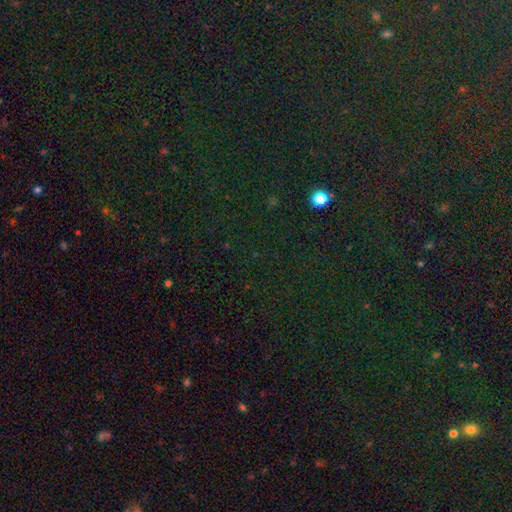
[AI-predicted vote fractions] smooth_or_featured: star or artifact (p=0.81) [alt: smooth p=0.12]